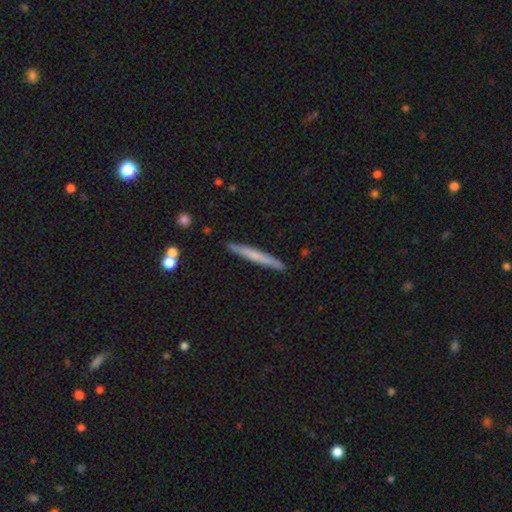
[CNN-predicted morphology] This appears to be a smooth galaxy with no disk features (55%) that is cigar-shaped (96%). Merging: none (91%).